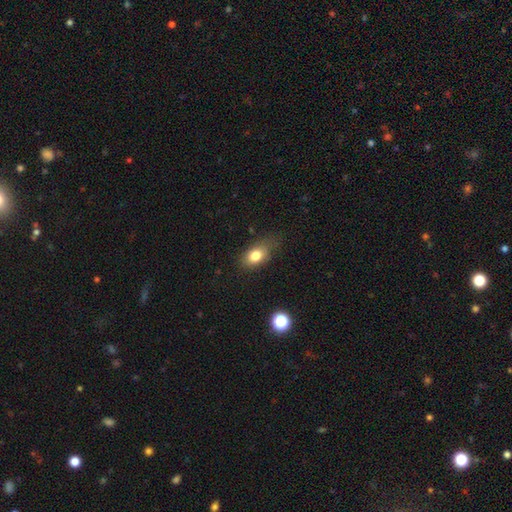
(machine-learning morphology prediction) The model was most divided on "merging": none: 60%, minor disturbance: 28%, major disturbance: 9%, merger: 2%. More confident: how rounded — in between (80%); smooth or featured — smooth (79%).